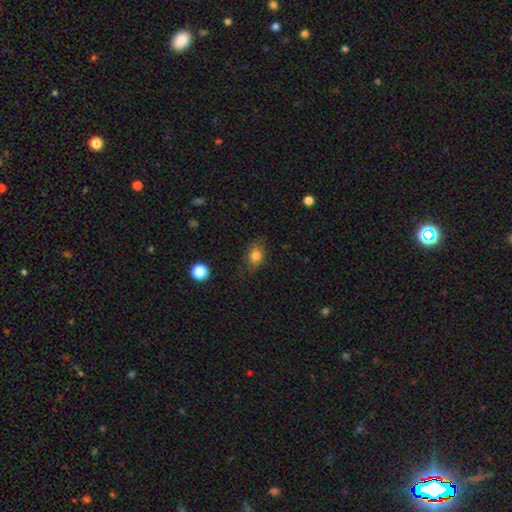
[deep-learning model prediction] Smooth or featured? smooth (80%)
How rounded? in between (69%)
Merging? none (76%)